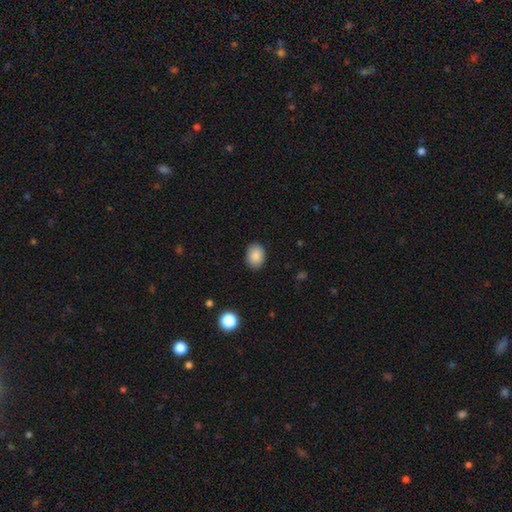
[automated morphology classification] Smooth or featured: smooth — 87% (star or artifact — 8%)
How rounded: in between — 66% (round — 34%)
Merging: none — 87% (minor disturbance — 10%)